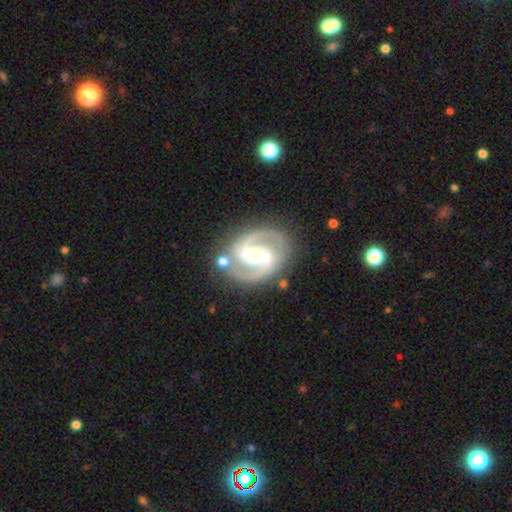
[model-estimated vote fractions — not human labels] Smooth or featured? featured or disk (91%)
Edge-on disk? no (98%)
Bar? strong (52%)
Spiral arms? yes (98%)
Spiral winding? medium (60%)
Spiral arm count? 2 (93%)
Bulge size? small (52%)
Merging? none (79%)